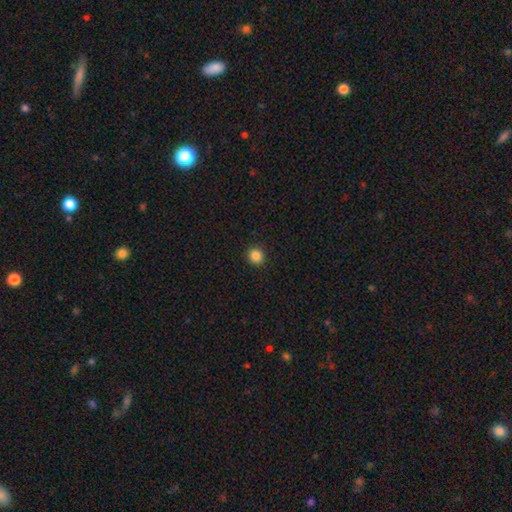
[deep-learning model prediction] smooth-or-featured: smooth: 86% | star or artifact: 10% | featured or disk: 3%
  how-rounded: round: 89% | in between: 10% | cigar-shaped: 1%
  merging: none: 92% | minor disturbance: 5% | major disturbance: 2% | merger: 1%